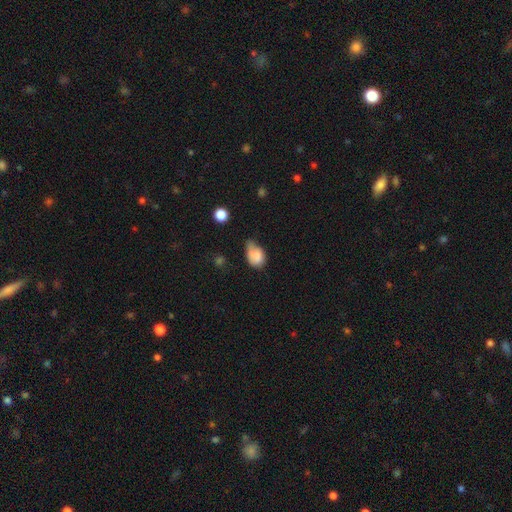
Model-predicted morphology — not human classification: smooth 75%, featured or disk 16%, star or artifact 9%. Down the decision tree: how rounded — in between (77%); merging — minor disturbance (45%).